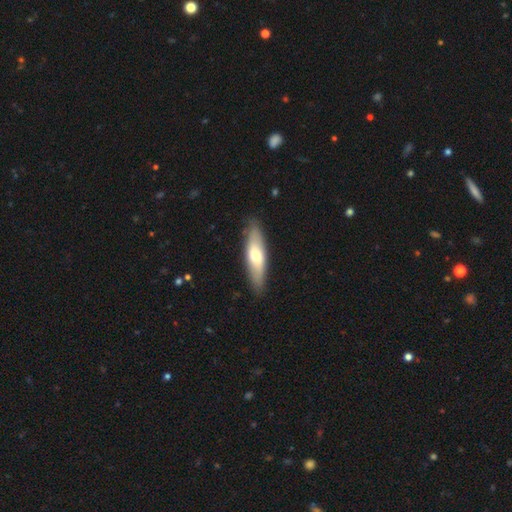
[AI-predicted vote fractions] Smooth or featured?
  - smooth: 60% *
  - featured or disk: 35%
  - star or artifact: 5%
How rounded?
  - cigar-shaped: 62% *
  - in between: 36%
  - round: 2%
Merging?
  - none: 86% *
  - minor disturbance: 11%
  - major disturbance: 2%
  - merger: 1%